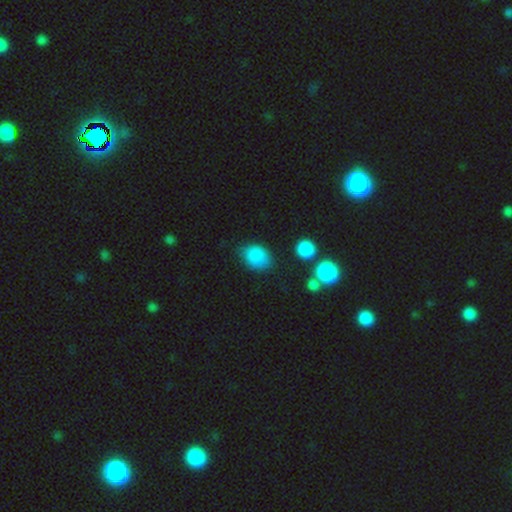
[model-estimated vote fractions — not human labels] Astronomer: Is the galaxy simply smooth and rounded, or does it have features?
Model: smooth — 85%.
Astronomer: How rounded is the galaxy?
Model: in between — 64%.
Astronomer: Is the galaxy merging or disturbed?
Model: none — 68%.